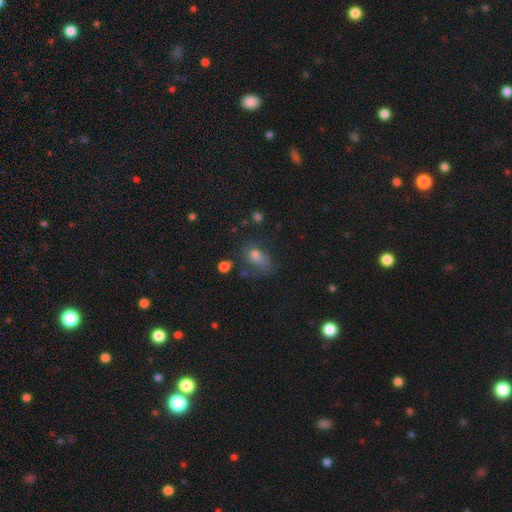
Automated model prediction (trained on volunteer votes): A smooth galaxy with no disk features (66%) that is in between round and cigar-shaped (76%).

Vote fractions:
- Smooth or featured? smooth: 66% / star or artifact: 19% / featured or disk: 15%
- How rounded? in between: 76% / round: 21% / cigar-shaped: 4%
- Merging? none: 44% / minor disturbance: 26% / major disturbance: 23% / merger: 7%